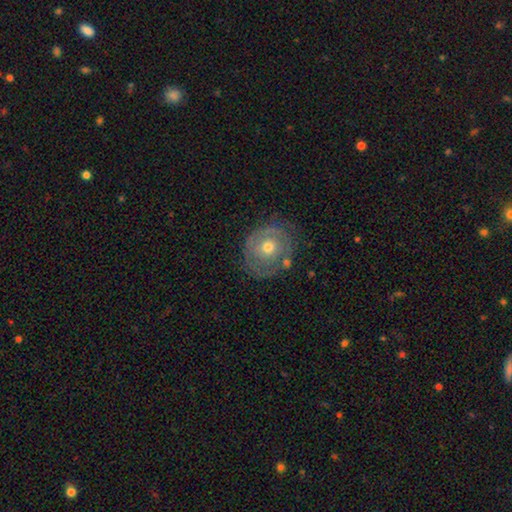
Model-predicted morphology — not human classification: Smooth or featured?
  - featured or disk: 46% *
  - smooth: 36%
  - star or artifact: 19%
Merging?
  - none: 84% *
  - minor disturbance: 11%
  - major disturbance: 4%
  - merger: 1%